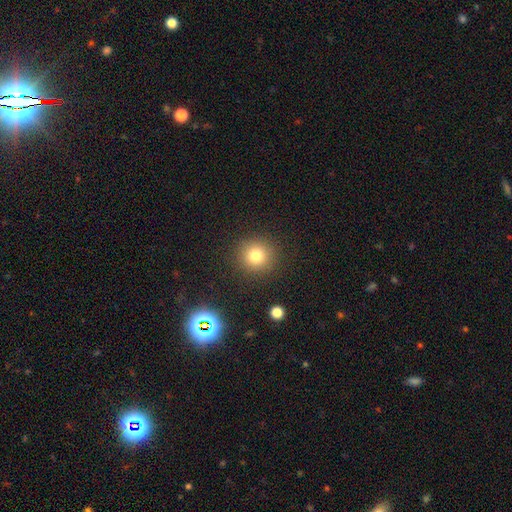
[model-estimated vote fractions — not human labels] Smooth or featured?
  - smooth: 78% *
  - star or artifact: 14%
  - featured or disk: 8%
How rounded?
  - round: 93% *
  - in between: 6%
  - cigar-shaped: 1%
Merging?
  - none: 90% *
  - minor disturbance: 6%
  - major disturbance: 3%
  - merger: 1%